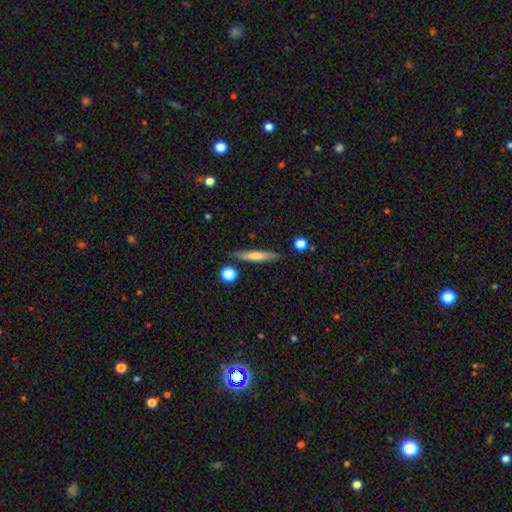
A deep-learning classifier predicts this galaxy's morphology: Smooth or featured? smooth (52%)
How rounded? cigar-shaped (89%)
Merging? none (85%)